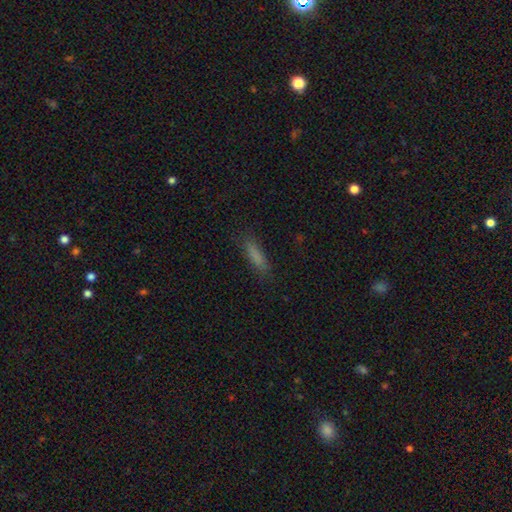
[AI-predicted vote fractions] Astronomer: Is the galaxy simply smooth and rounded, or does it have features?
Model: smooth — 82%.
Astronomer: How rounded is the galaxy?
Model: cigar-shaped — 69%.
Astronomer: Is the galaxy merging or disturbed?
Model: none — 82%.